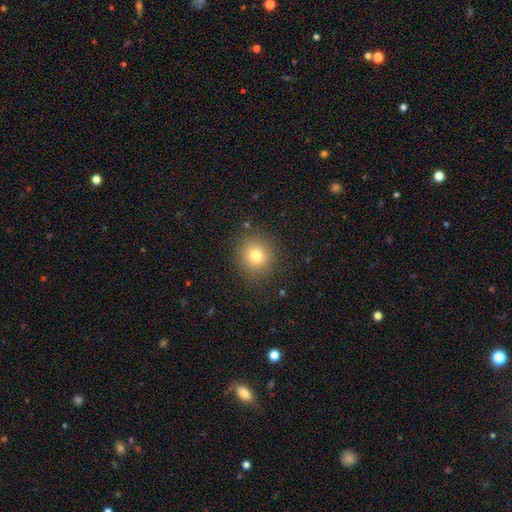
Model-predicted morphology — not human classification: Q: Smooth or featured?
A: smooth (78%); runner-up: star or artifact (13%)
Q: How rounded?
A: round (89%); runner-up: in between (10%)
Q: Merging?
A: none (88%); runner-up: minor disturbance (8%)